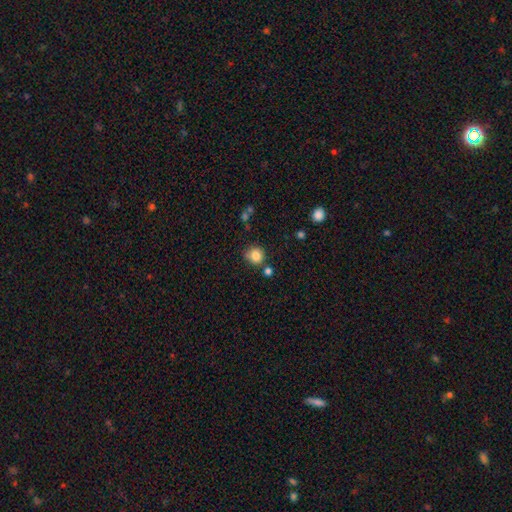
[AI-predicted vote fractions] Smooth or featured? Predicted: smooth (p=0.84). How rounded? Predicted: round (p=0.89). Merging? Predicted: none (p=0.74).